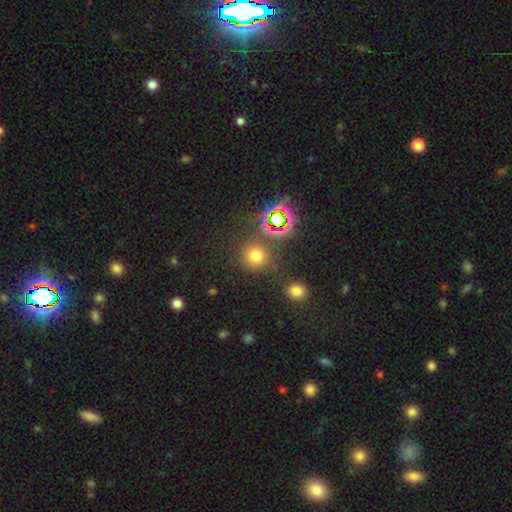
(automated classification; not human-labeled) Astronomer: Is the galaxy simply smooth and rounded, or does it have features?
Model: smooth — 65%.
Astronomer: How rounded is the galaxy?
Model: round — 91%.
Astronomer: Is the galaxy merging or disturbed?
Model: none — 80%.